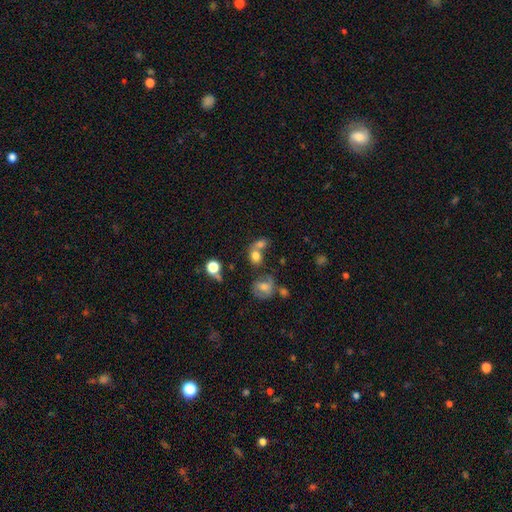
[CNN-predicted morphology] Smooth or featured: smooth — 72% (featured or disk — 15%)
How rounded: round — 52% (in between — 46%)
Merging: merger — 49% (none — 34%)